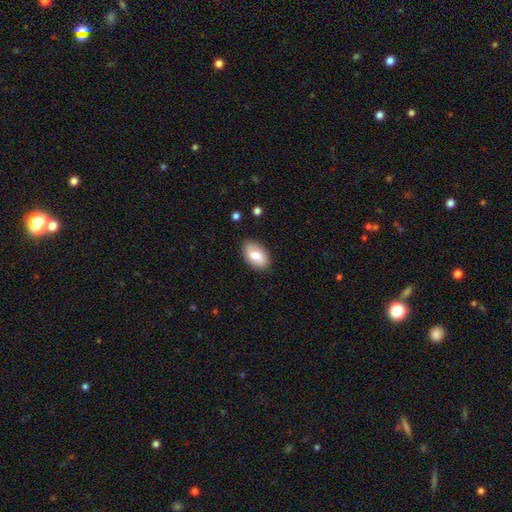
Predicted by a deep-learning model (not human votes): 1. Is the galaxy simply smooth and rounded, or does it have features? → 80% smooth, 14% featured or disk, 6% star or artifact.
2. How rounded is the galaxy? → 93% in between, 6% round, 1% cigar-shaped.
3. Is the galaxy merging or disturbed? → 83% none, 13% minor disturbance, 3% major disturbance, 1% merger.